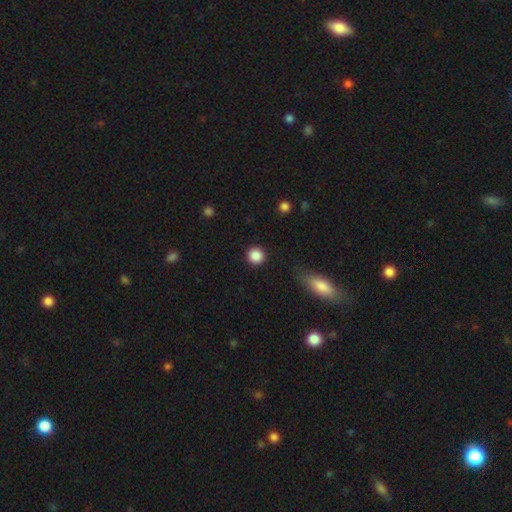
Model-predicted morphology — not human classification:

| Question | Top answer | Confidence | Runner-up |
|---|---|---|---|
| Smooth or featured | smooth | 88% | star or artifact (9%) |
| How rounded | round | 94% | in between (5%) |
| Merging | none | 91% | minor disturbance (6%) |